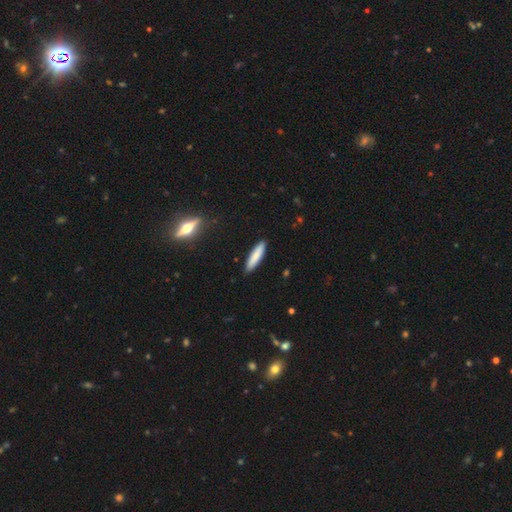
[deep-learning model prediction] smooth_or_featured: smooth (p=0.81) [alt: featured or disk p=0.13]
how_rounded: cigar-shaped (p=0.80) [alt: in between p=0.19]
merging: none (p=0.89) [alt: minor disturbance p=0.08]